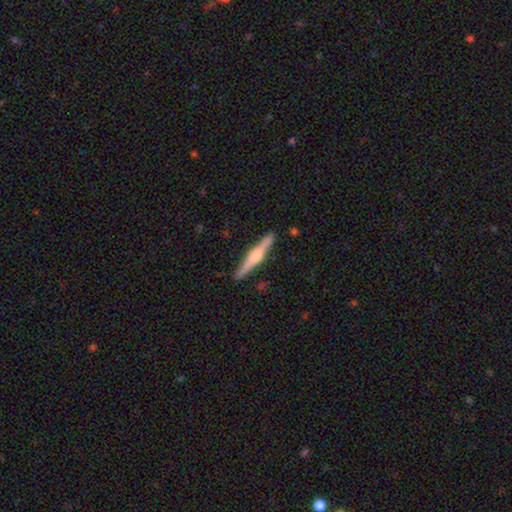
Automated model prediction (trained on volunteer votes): Smooth or featured?
  - featured or disk: 68% *
  - smooth: 26%
  - star or artifact: 5%
Edge-on disk?
  - yes: 98% *
  - no: 2%
Edge-on bulge?
  - rounded: 82% *
  - boxy: 12%
  - none: 6%
Merging?
  - none: 90% *
  - minor disturbance: 7%
  - major disturbance: 1%
  - merger: 1%